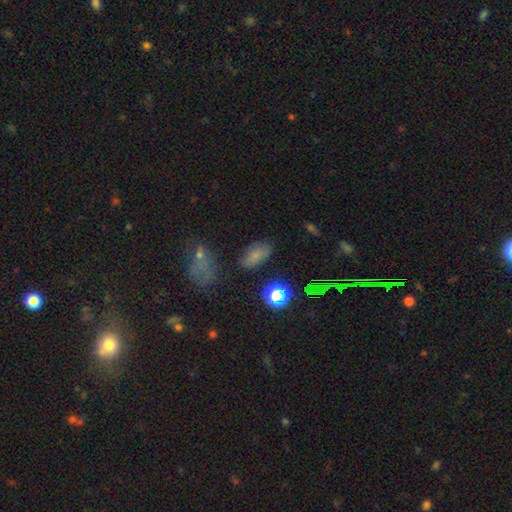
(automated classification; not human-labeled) A smooth galaxy with no disk features (69%) that is in between round and cigar-shaped (88%). Merging: none (73%).